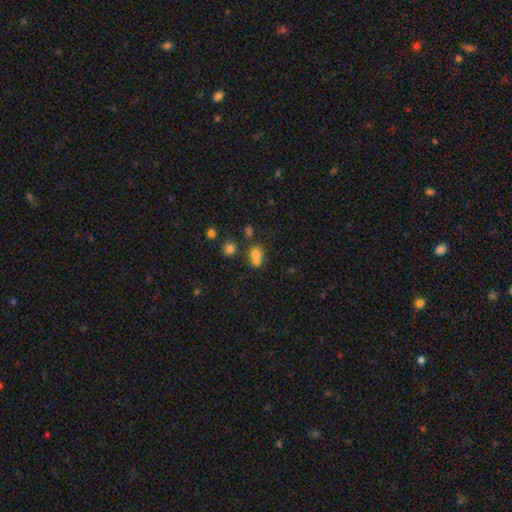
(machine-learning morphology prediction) smooth_or_featured: smooth (p=0.71) [alt: star or artifact p=0.14]
how_rounded: round (p=0.59) [alt: in between p=0.39]
merging: merger (p=0.57) [alt: none p=0.30]